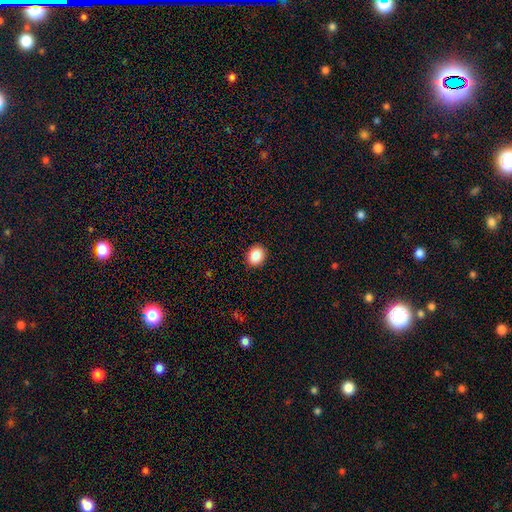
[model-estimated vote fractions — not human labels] smooth_or_featured: smooth (p=0.89) [alt: star or artifact p=0.08]
how_rounded: round (p=0.57) [alt: in between p=0.42]
merging: none (p=0.91) [alt: minor disturbance p=0.06]